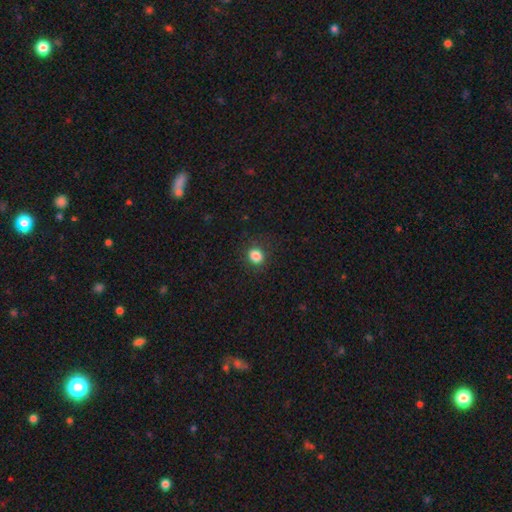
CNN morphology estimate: Smooth or featured?
  - smooth: 84% *
  - star or artifact: 11%
  - featured or disk: 4%
How rounded?
  - round: 78% *
  - in between: 21%
  - cigar-shaped: 1%
Merging?
  - none: 87% *
  - minor disturbance: 9%
  - major disturbance: 3%
  - merger: 1%